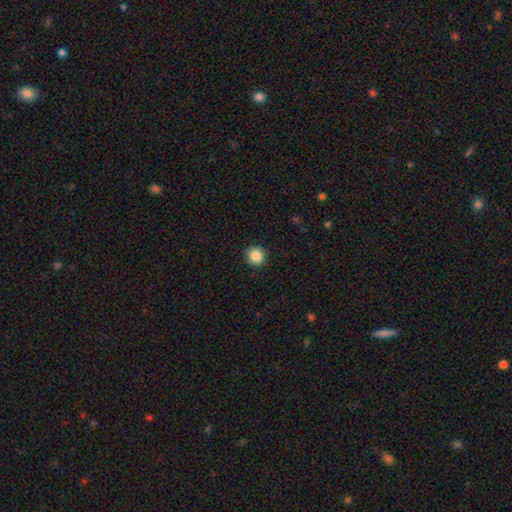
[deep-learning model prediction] Morphology: type=smooth (86%); roundness=round (92%); merging=none (92%).